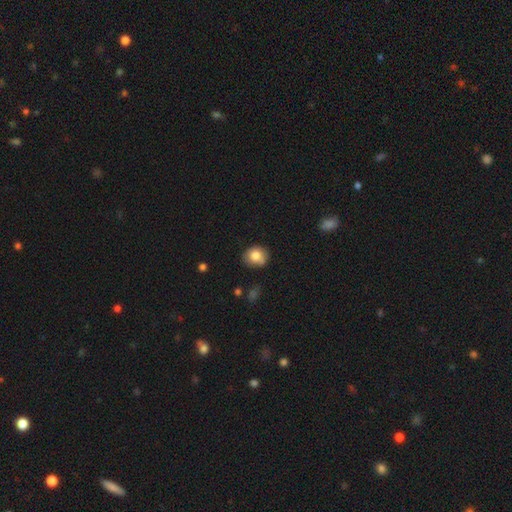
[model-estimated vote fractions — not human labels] A smooth galaxy with no disk features (79%) that is round (69%).

Vote fractions:
- Smooth or featured? smooth: 79% / featured or disk: 12% / star or artifact: 9%
- How rounded? round: 69% / in between: 30% / cigar-shaped: 1%
- Merging? none: 70% / minor disturbance: 23% / major disturbance: 5% / merger: 3%